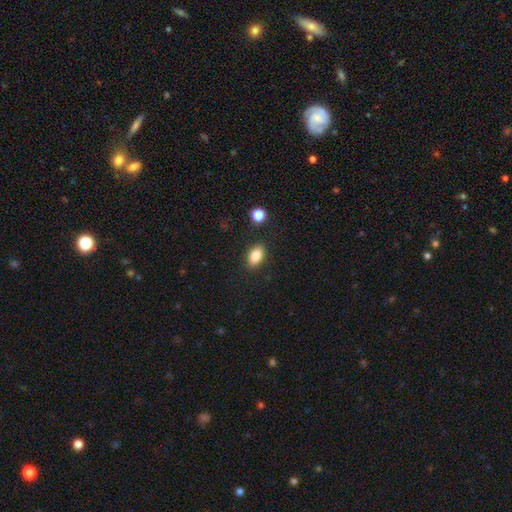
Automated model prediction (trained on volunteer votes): Overall: smooth (83%). How rounded: in between (89%). Merging: none (87%).